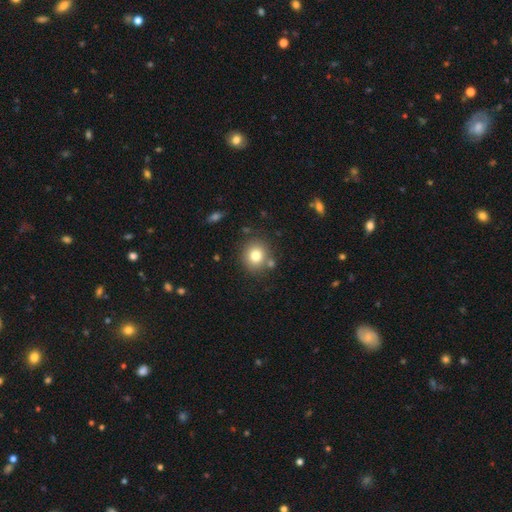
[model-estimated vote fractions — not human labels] Smooth or featured: smooth — 78% (star or artifact — 11%)
How rounded: round — 84% (in between — 15%)
Merging: none — 78% (minor disturbance — 10%)